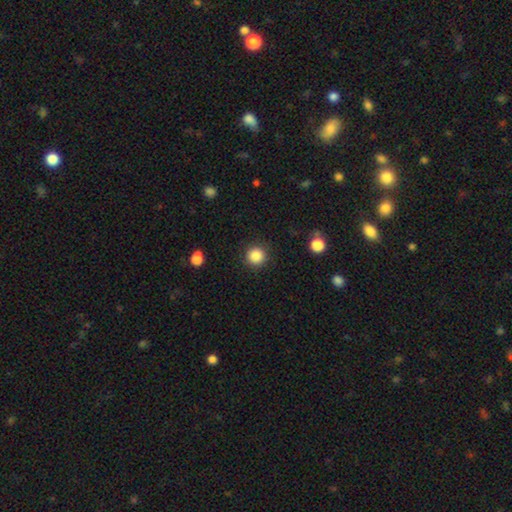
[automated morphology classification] The model was most divided on "smooth or featured": smooth: 87%, star or artifact: 10%, featured or disk: 3%. More confident: how rounded — round (95%); merging — none (90%).